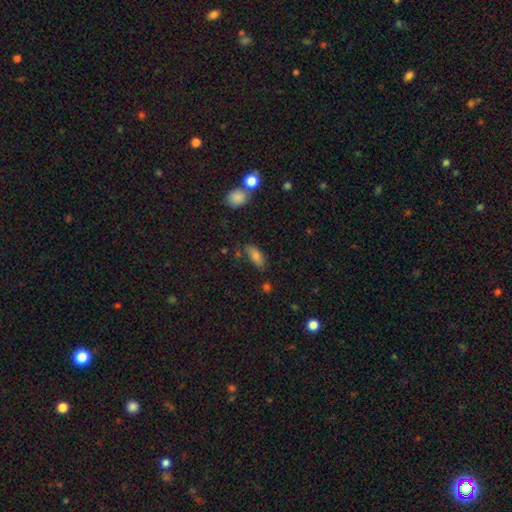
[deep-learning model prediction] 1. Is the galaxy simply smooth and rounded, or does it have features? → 76% smooth, 14% featured or disk, 10% star or artifact.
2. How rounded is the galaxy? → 79% in between, 17% cigar-shaped, 4% round.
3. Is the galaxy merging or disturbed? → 69% none, 20% minor disturbance, 6% major disturbance, 5% merger.